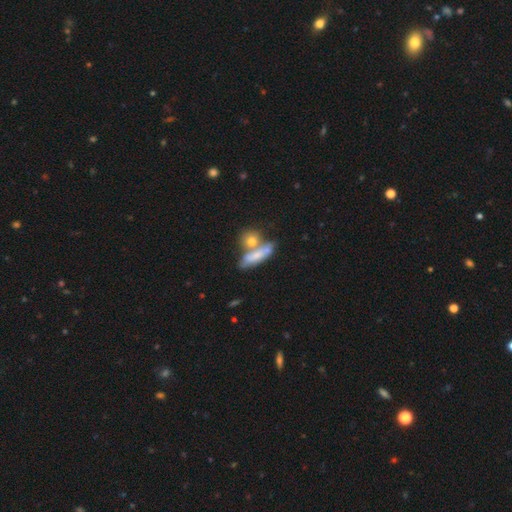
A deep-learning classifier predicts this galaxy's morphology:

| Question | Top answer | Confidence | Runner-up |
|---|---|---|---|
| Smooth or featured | smooth | 59% | featured or disk (31%) |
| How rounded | cigar-shaped | 50% | in between (40%) |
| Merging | none | 42% | merger (39%) |